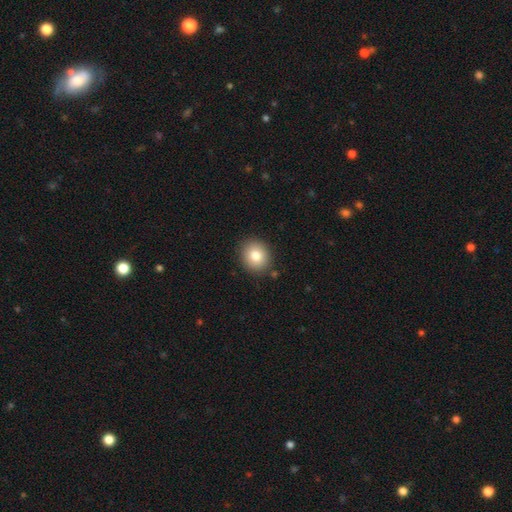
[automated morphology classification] Smooth or featured? smooth (81%)
How rounded? round (74%)
Merging? none (88%)